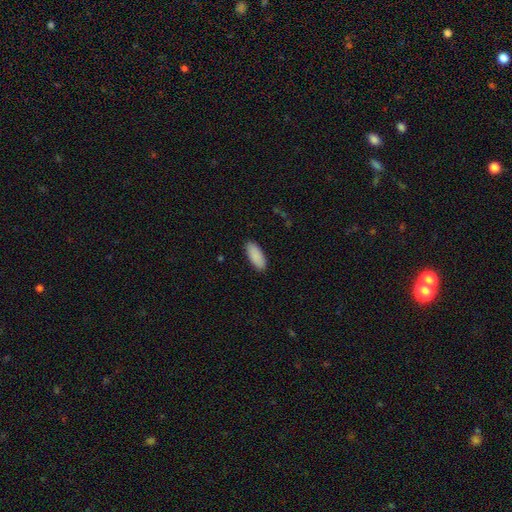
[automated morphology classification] This appears to be a smooth galaxy with no disk features (91%) that is in between round and cigar-shaped (84%). Merging: none (89%).